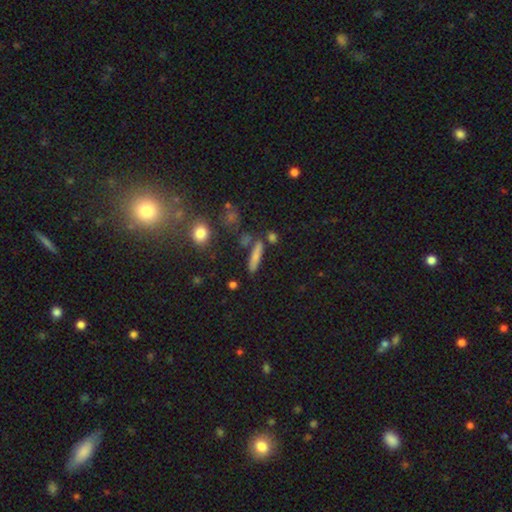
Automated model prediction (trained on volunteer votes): A smooth galaxy with no disk features (74%) that is cigar-shaped (82%). Merging: none (76%).